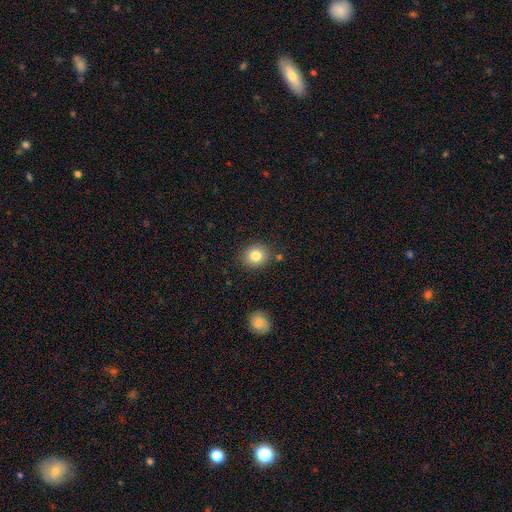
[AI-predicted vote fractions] Smooth or featured? smooth (82%)
How rounded? round (75%)
Merging? none (84%)